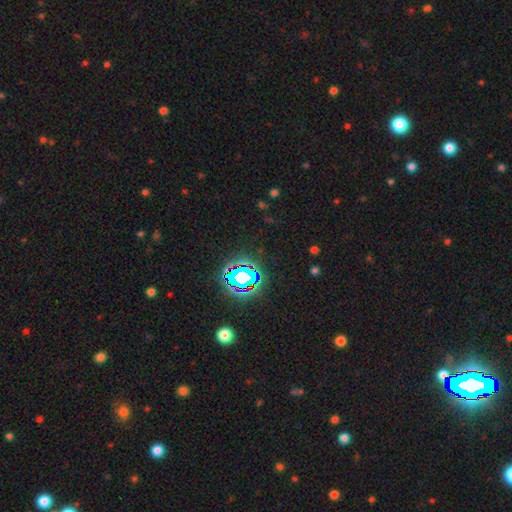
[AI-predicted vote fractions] This is clearly a star or artifact rather than a galaxy (82%).